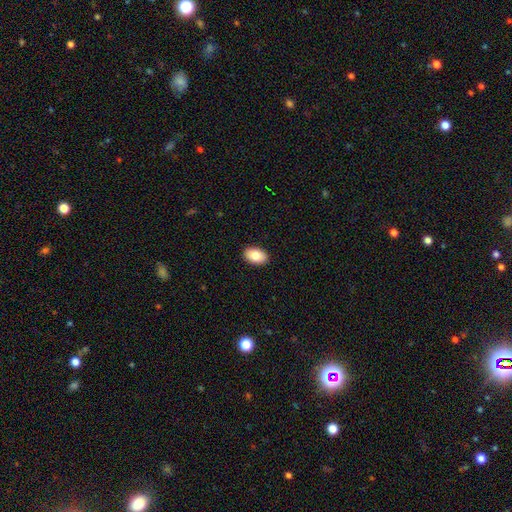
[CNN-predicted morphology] Smooth or featured: smooth — 84% (featured or disk — 9%)
How rounded: in between — 91% (round — 8%)
Merging: none — 91% (minor disturbance — 7%)